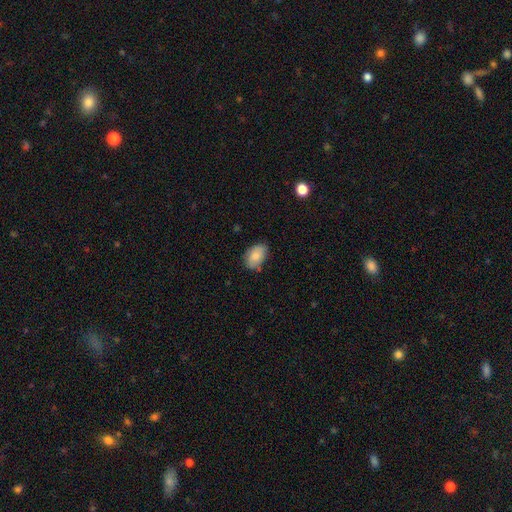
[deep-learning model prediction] Smooth or featured?
  - smooth: 83% *
  - featured or disk: 10%
  - star or artifact: 7%
How rounded?
  - in between: 87% *
  - round: 11%
  - cigar-shaped: 1%
Merging?
  - none: 72% *
  - minor disturbance: 21%
  - major disturbance: 4%
  - merger: 3%